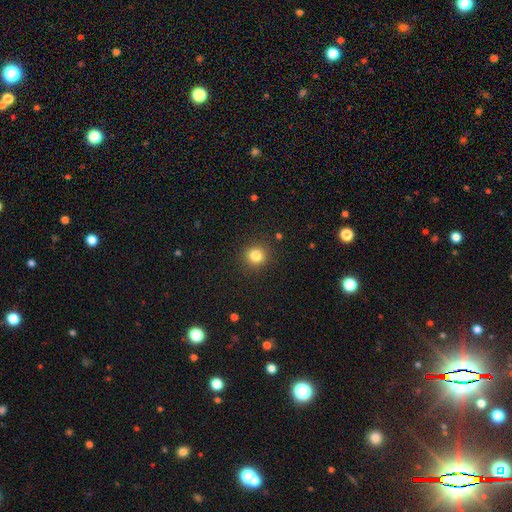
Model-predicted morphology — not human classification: Smooth or featured?
  - smooth: 82% *
  - star or artifact: 12%
  - featured or disk: 6%
How rounded?
  - round: 89% *
  - in between: 10%
  - cigar-shaped: 1%
Merging?
  - none: 90% *
  - minor disturbance: 7%
  - major disturbance: 2%
  - merger: 1%